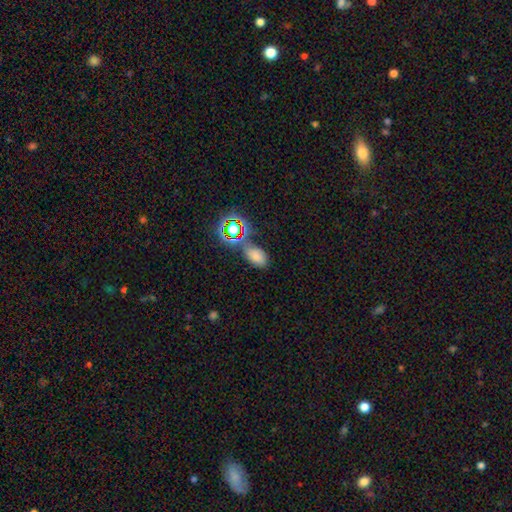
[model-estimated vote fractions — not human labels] Q: Smooth or featured?
A: smooth (63%); runner-up: star or artifact (26%)
Q: How rounded?
A: in between (90%); runner-up: round (8%)
Q: Merging?
A: none (59%); runner-up: minor disturbance (20%)